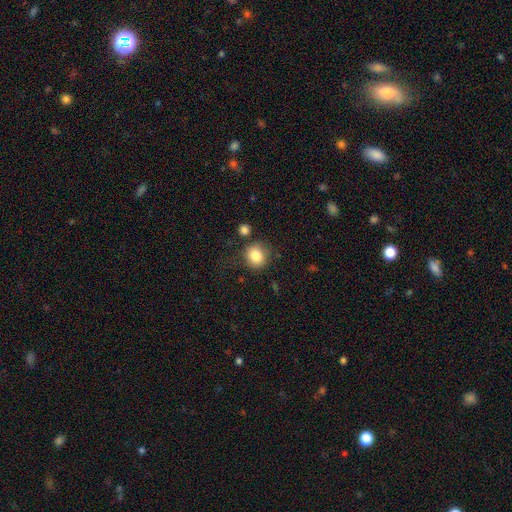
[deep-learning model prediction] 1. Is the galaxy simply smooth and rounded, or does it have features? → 84% smooth, 10% star or artifact, 7% featured or disk.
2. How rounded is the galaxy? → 81% round, 18% in between, 1% cigar-shaped.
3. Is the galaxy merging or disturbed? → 76% none, 13% minor disturbance, 6% merger, 5% major disturbance.